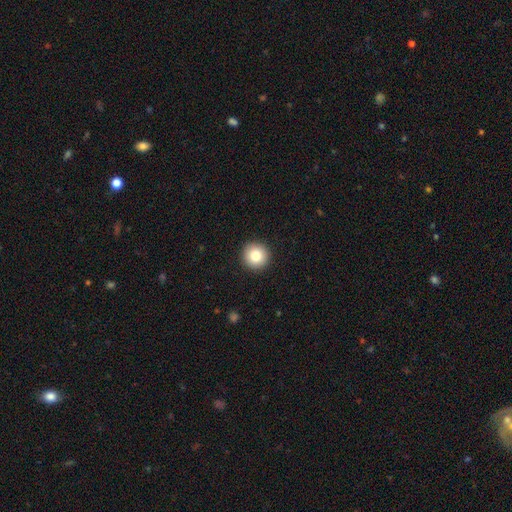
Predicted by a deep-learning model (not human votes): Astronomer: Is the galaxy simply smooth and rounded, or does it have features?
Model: smooth — 82%.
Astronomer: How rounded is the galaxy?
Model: round — 95%.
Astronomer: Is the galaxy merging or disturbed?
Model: none — 93%.